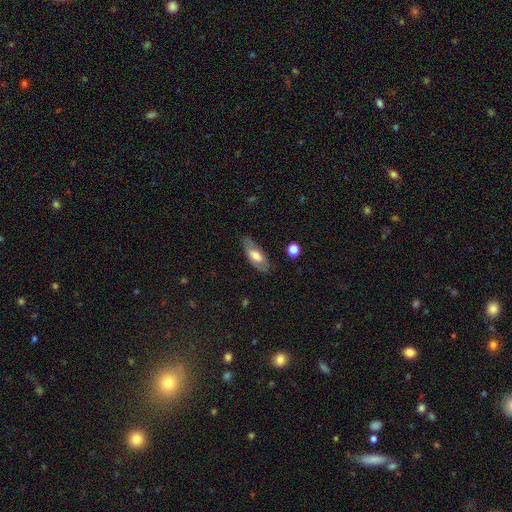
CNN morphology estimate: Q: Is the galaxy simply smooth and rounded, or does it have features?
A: smooth — 58%.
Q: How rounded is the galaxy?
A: in between — 80%.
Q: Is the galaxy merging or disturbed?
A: none — 76%.